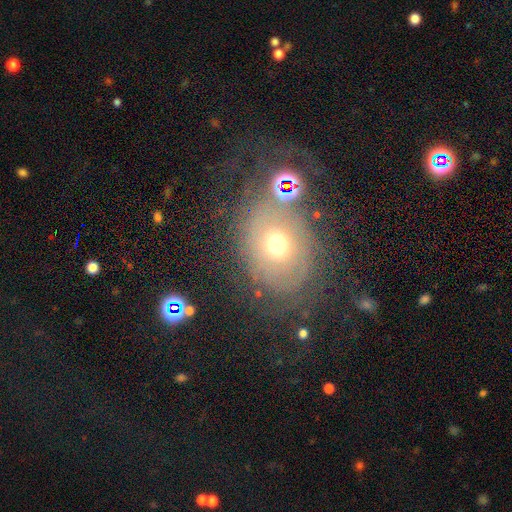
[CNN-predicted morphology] smooth_or_featured: featured or disk (p=0.48) [alt: smooth p=0.31]
merging: none (p=0.60) [alt: minor disturbance p=0.16]